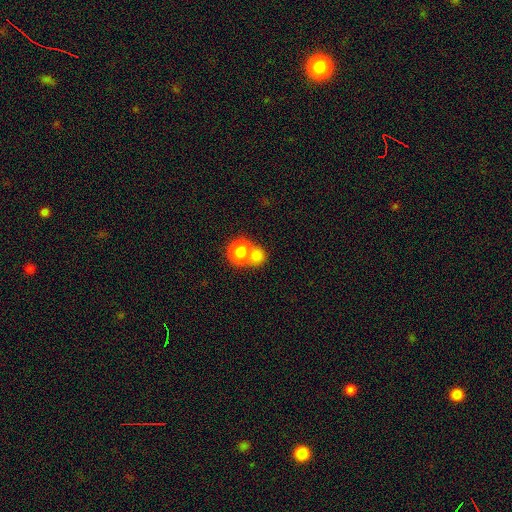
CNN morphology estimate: A smooth galaxy with no disk features (76%) that is round (73%). Merging: merger (55%).